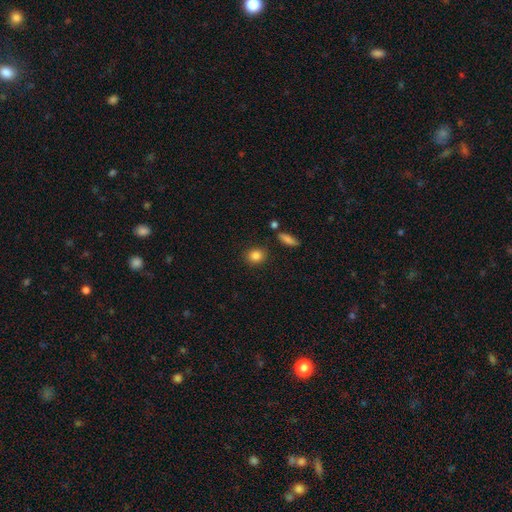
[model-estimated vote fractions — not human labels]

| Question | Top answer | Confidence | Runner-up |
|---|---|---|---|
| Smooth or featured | smooth | 85% | star or artifact (10%) |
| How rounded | round | 73% | in between (25%) |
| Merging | none | 87% | minor disturbance (8%) |